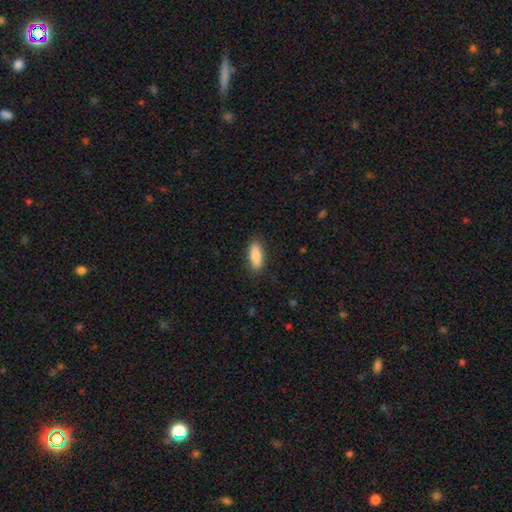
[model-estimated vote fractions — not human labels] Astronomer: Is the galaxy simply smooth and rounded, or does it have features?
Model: smooth — 83%.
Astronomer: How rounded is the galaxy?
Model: in between — 73%.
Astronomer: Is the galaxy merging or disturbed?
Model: none — 88%.